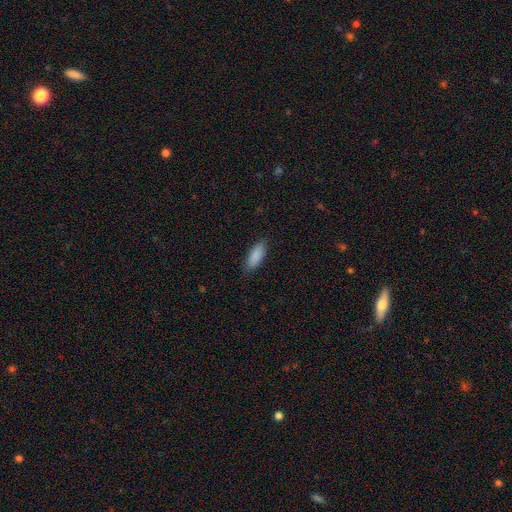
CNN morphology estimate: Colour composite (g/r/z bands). It shows a smooth galaxy with no disk features (89%) that is in between round and cigar-shaped (76%). Merging: none (85%).